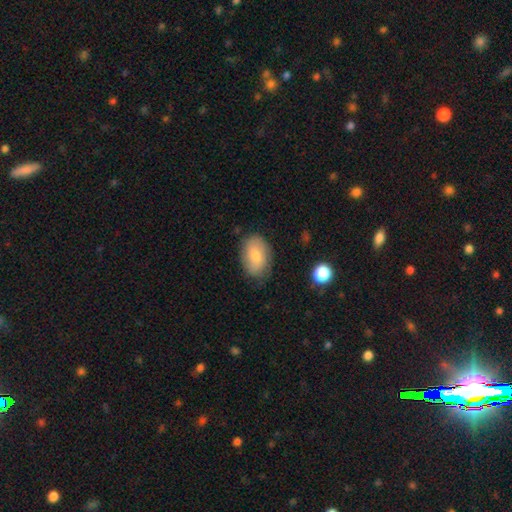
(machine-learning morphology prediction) Smooth or featured? smooth (74%)
How rounded? in between (85%)
Merging? none (76%)